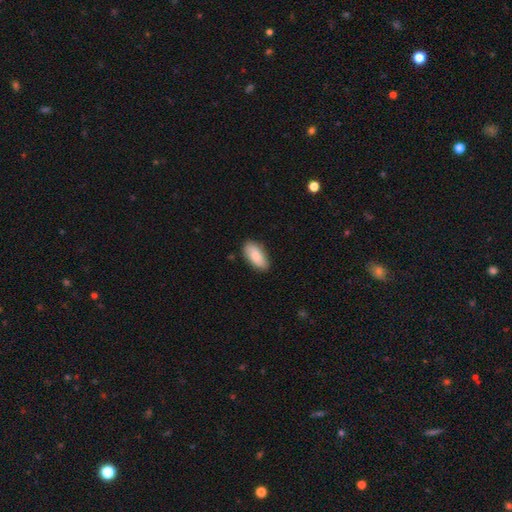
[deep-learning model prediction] Smooth or featured? Predicted: smooth (p=0.83). How rounded? Predicted: in between (p=0.91). Merging? Predicted: none (p=0.83).